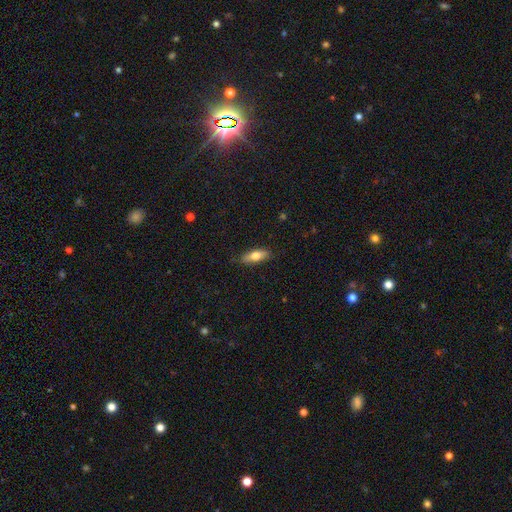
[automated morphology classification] Q: Smooth or featured?
A: smooth (72%); runner-up: featured or disk (22%)
Q: How rounded?
A: in between (66%); runner-up: cigar-shaped (31%)
Q: Merging?
A: none (86%); runner-up: minor disturbance (11%)